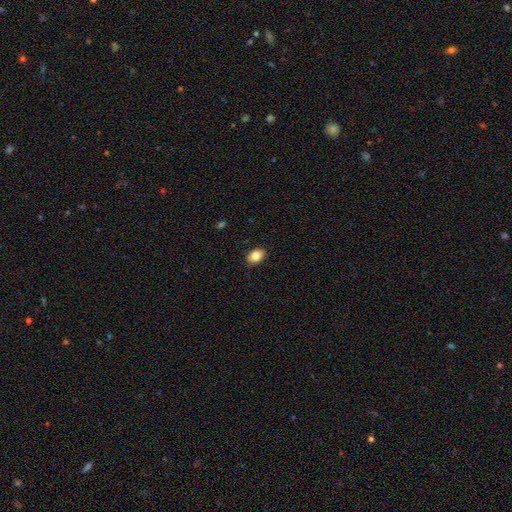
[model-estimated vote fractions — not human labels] smooth-or-featured: smooth: 84% | star or artifact: 8% | featured or disk: 7%
  how-rounded: in between: 81% | round: 17% | cigar-shaped: 1%
  merging: none: 87% | minor disturbance: 10% | major disturbance: 2% | merger: 1%